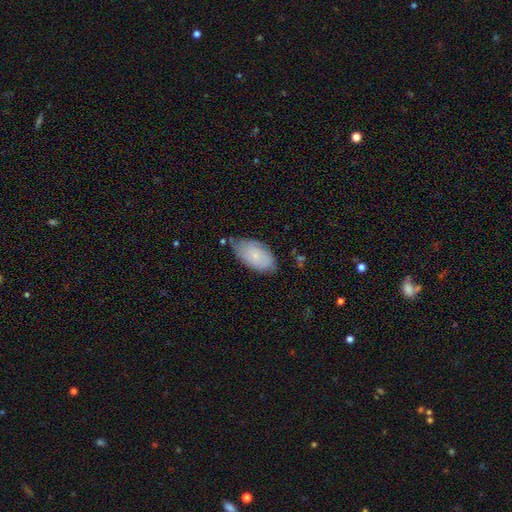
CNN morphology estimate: A smooth galaxy with no disk features (64%) that is in between round and cigar-shaped (94%). Merging: none (61%).